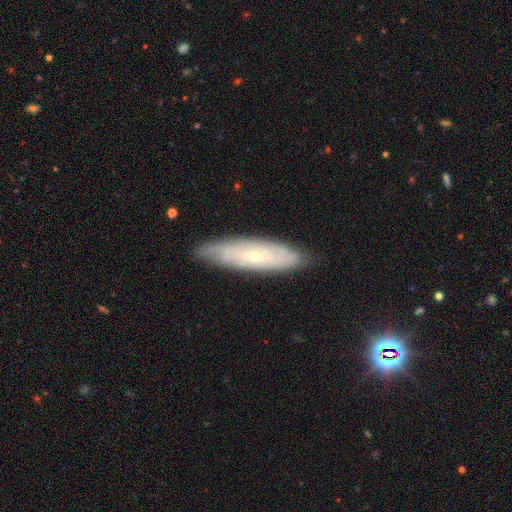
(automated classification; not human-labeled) Overall: featured or disk (69%). Edge-on disk: no (72%). Merging: none (82%).